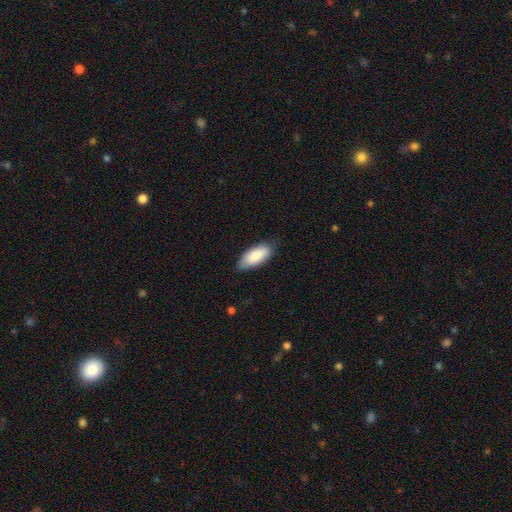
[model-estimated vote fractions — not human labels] smooth_or_featured: smooth (p=0.86) [alt: featured or disk p=0.09]
how_rounded: in between (p=0.87) [alt: cigar-shaped p=0.12]
merging: none (p=0.76) [alt: minor disturbance p=0.20]